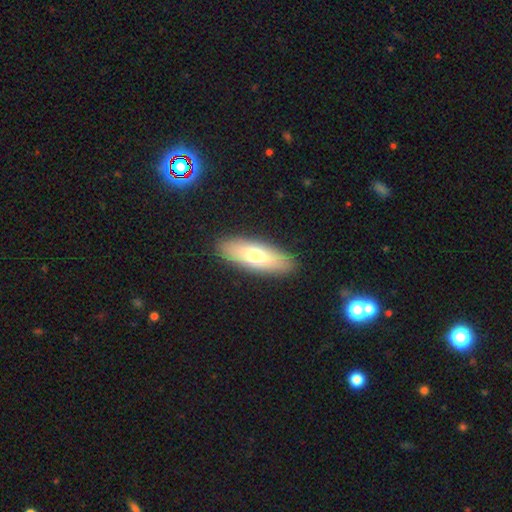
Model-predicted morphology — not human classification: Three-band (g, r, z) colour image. It shows a smooth galaxy with no disk features (69%) that is in between round and cigar-shaped (63%). Merging: none (89%).